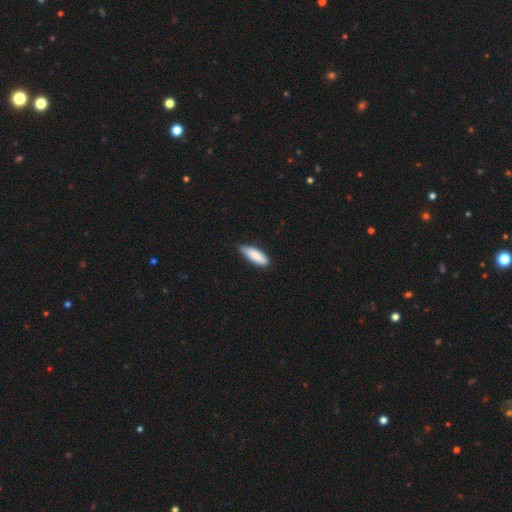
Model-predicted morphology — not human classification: Smooth or featured? Predicted: smooth (p=0.87). How rounded? Predicted: in between (p=0.58). Merging? Predicted: none (p=0.78).